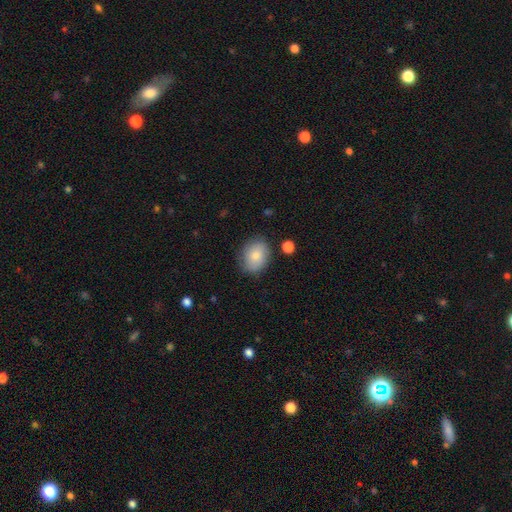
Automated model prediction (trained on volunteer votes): A smooth galaxy with no disk features (79%) that is in between round and cigar-shaped (62%). Merging: none (80%).